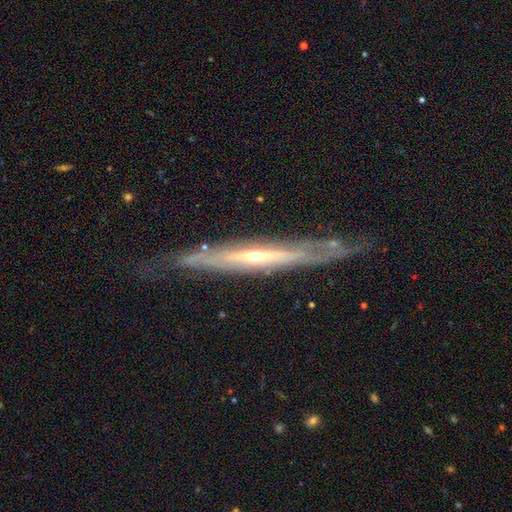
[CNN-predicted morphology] Smooth or featured? Predicted: featured or disk (p=0.80). Edge-on disk? Predicted: yes (p=0.80). Edge-on bulge? Predicted: rounded (p=0.70). Merging? Predicted: none (p=0.74).